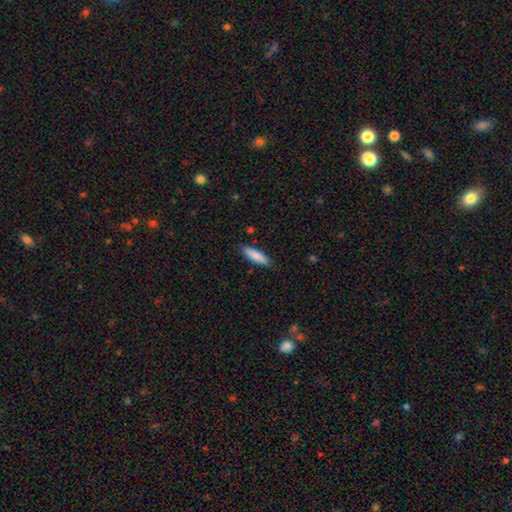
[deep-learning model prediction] smooth-or-featured: smooth: 84% | featured or disk: 10% | star or artifact: 6%
  how-rounded: cigar-shaped: 65% | in between: 34% | round: 1%
  merging: none: 85% | minor disturbance: 12% | major disturbance: 2% | merger: 2%